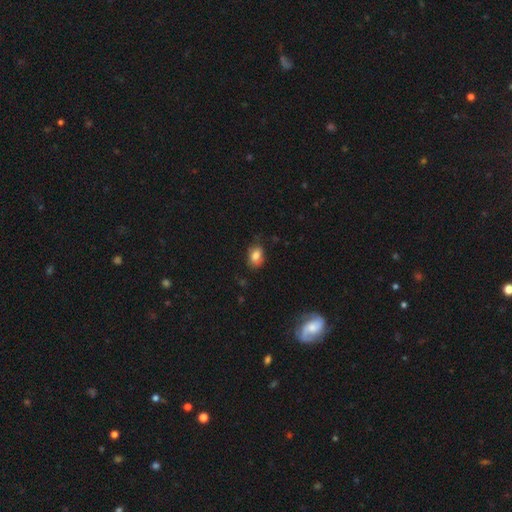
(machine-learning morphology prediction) Smooth or featured? Predicted: smooth (p=0.83). How rounded? Predicted: in between (p=0.80). Merging? Predicted: none (p=0.73).